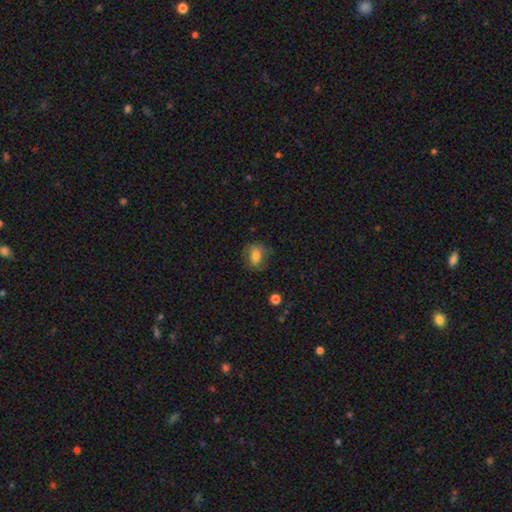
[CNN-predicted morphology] smooth_or_featured: smooth (p=0.65) [alt: featured or disk p=0.26]
how_rounded: in between (p=0.60) [alt: round p=0.37]
merging: none (p=0.70) [alt: minor disturbance p=0.20]